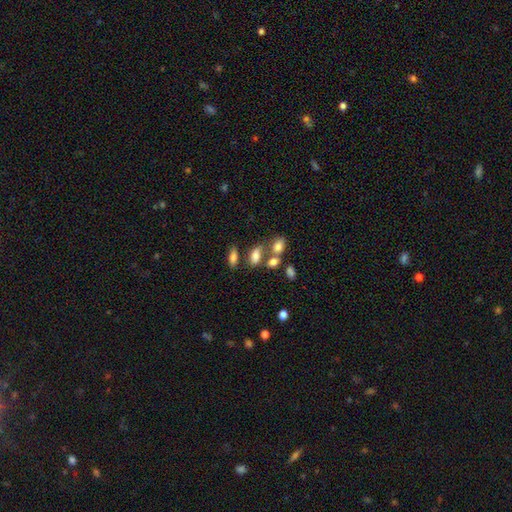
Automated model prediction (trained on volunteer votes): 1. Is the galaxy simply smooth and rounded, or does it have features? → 75% smooth, 13% featured or disk, 12% star or artifact.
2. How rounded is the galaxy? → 81% in between, 10% round, 9% cigar-shaped.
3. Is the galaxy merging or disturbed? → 49% none, 31% merger, 14% minor disturbance, 7% major disturbance.